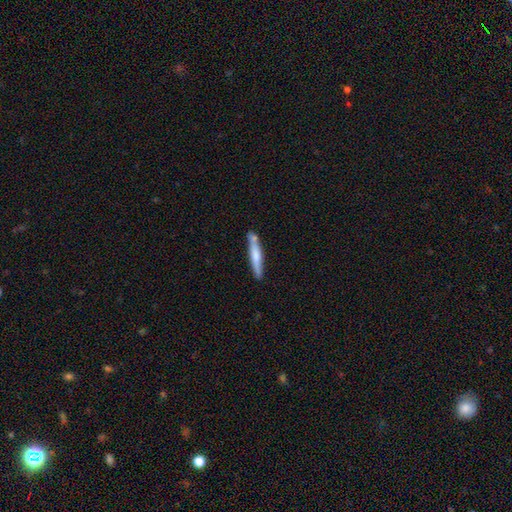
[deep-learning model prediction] Smooth or featured? smooth (61%)
How rounded? cigar-shaped (92%)
Merging? none (71%)